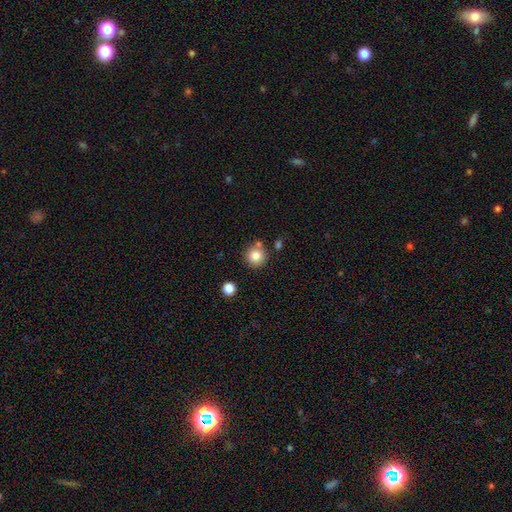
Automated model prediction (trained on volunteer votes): The model was most divided on "merging": none: 79%, merger: 10%, minor disturbance: 9%, major disturbance: 3%. More confident: how rounded — round (94%); smooth or featured — smooth (83%).